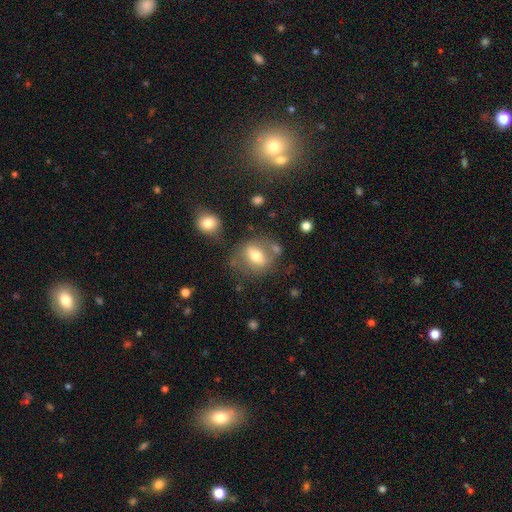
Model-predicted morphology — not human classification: The model was most divided on "how rounded": in between: 57%, round: 39%, cigar-shaped: 4%. More confident: merging — none (61%); smooth or featured — smooth (58%).